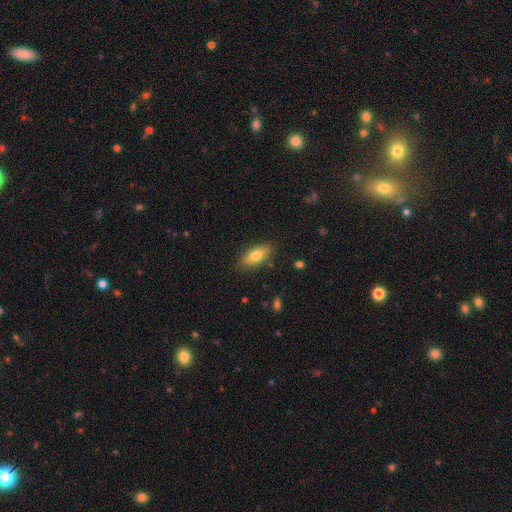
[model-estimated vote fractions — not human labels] A smooth galaxy with no disk features (74%) that is in between round and cigar-shaped (82%).

Vote fractions:
- Smooth or featured? smooth: 74% / featured or disk: 18% / star or artifact: 7%
- How rounded? in between: 82% / cigar-shaped: 15% / round: 3%
- Merging? none: 85% / minor disturbance: 11% / major disturbance: 2% / merger: 1%